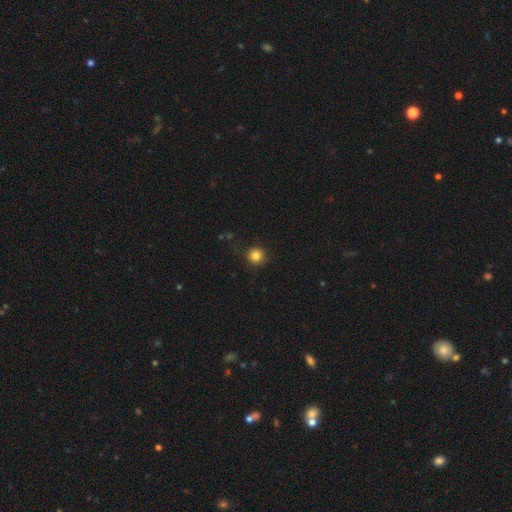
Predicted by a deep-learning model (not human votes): Smooth or featured? smooth (83%)
How rounded? round (93%)
Merging? none (87%)